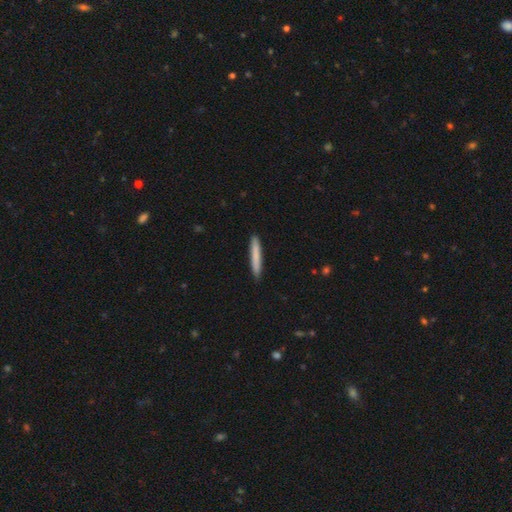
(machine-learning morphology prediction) type=smooth (79%); roundness=cigar-shaped (95%); merging=none (90%).